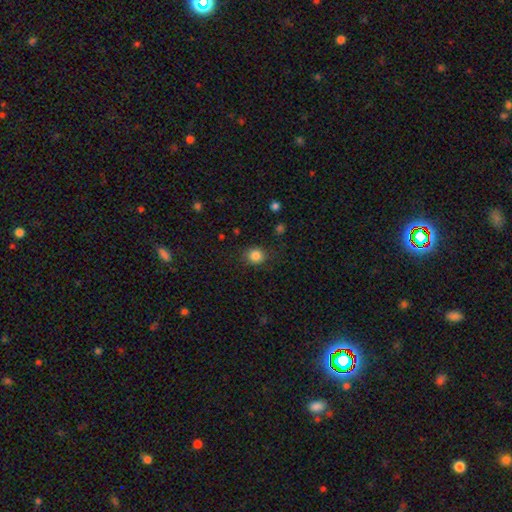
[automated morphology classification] The model was most divided on "how rounded": round: 82%, in between: 18%, cigar-shaped: 1%. More confident: smooth or featured — smooth (85%); merging — none (82%).